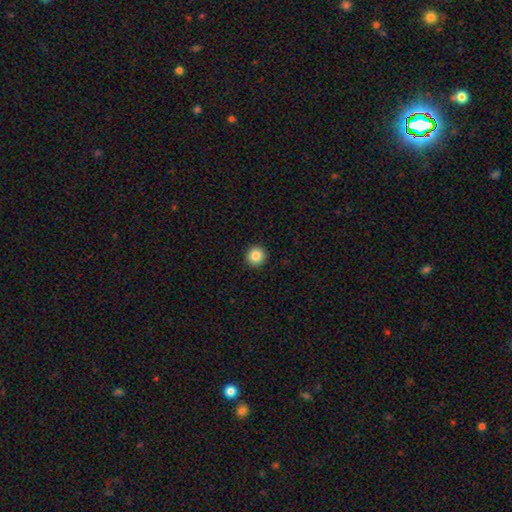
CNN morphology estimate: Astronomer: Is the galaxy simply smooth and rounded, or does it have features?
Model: smooth — 86%.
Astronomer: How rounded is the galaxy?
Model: round — 95%.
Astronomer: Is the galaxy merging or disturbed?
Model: none — 93%.